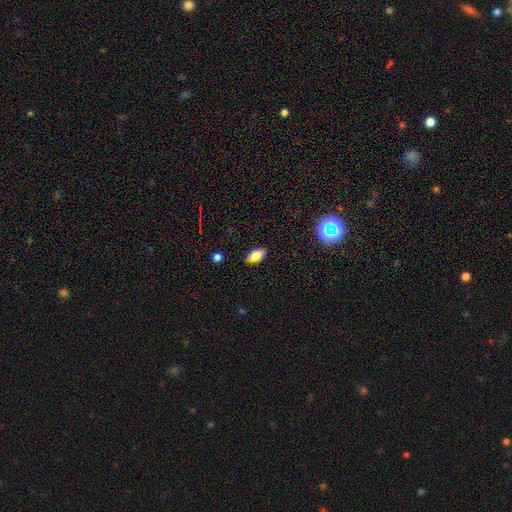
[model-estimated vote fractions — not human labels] A smooth galaxy with no disk features (80%) that is in between round and cigar-shaped (89%). Merging: none (81%).